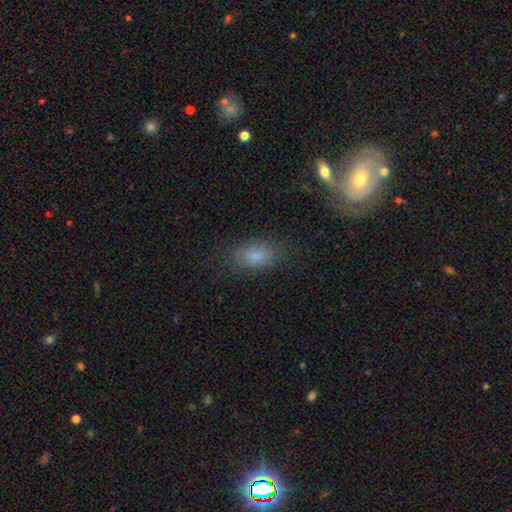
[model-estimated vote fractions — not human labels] Smooth or featured? Predicted: smooth (p=0.79). How rounded? Predicted: in between (p=0.88). Merging? Predicted: none (p=0.78).